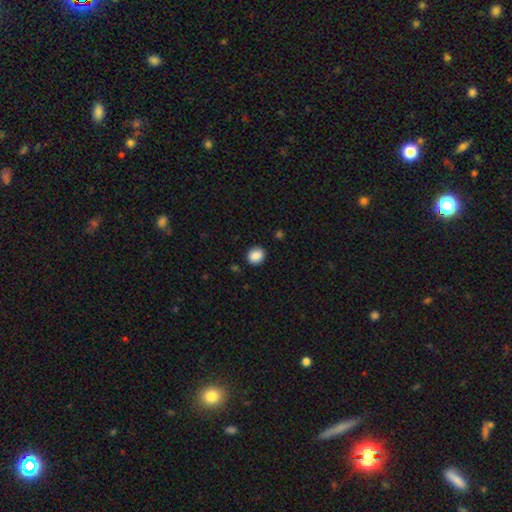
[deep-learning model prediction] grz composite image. It shows a smooth galaxy with no disk features (88%) that is round (72%). Merging: none (90%).